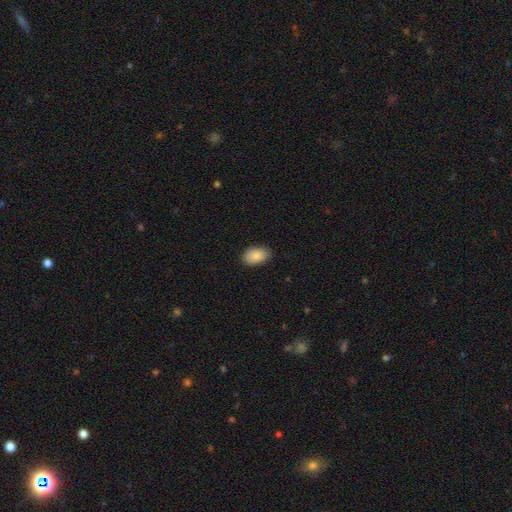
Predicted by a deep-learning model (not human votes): smooth 87%, star or artifact 7%, featured or disk 6%. Down the decision tree: how rounded — in between (89%); merging — none (83%).